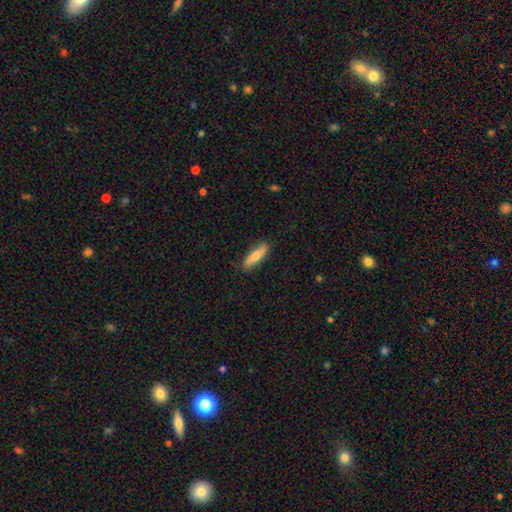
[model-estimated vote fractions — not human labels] Overall: smooth (65%; featured or disk 30%). How rounded: cigar-shaped (64%; in between 33%). Merging: none (85%).